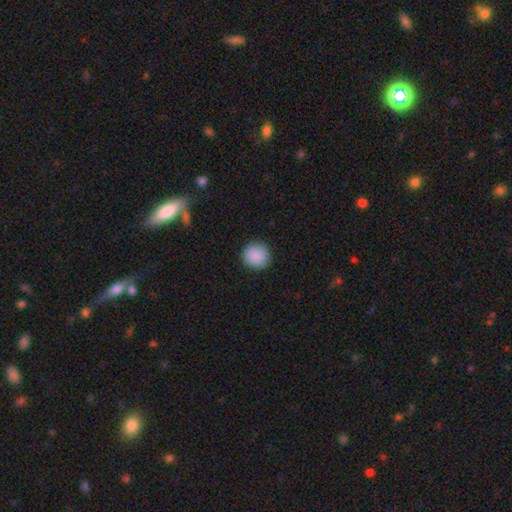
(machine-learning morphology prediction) Smooth or featured? Predicted: smooth (p=0.89). How rounded? Predicted: round (p=0.91). Merging? Predicted: none (p=0.90).